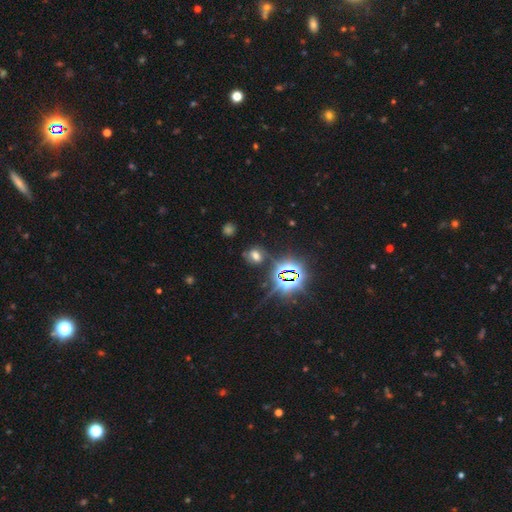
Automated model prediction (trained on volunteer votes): smooth_or_featured: smooth (p=0.45) [alt: star or artifact p=0.42]
merging: none (p=0.75) [alt: minor disturbance p=0.14]